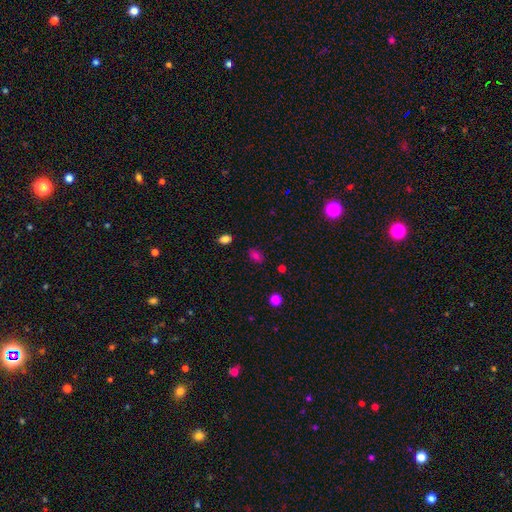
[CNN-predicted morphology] Overall: smooth (78%). How rounded: in between (80%). Merging: none (84%).